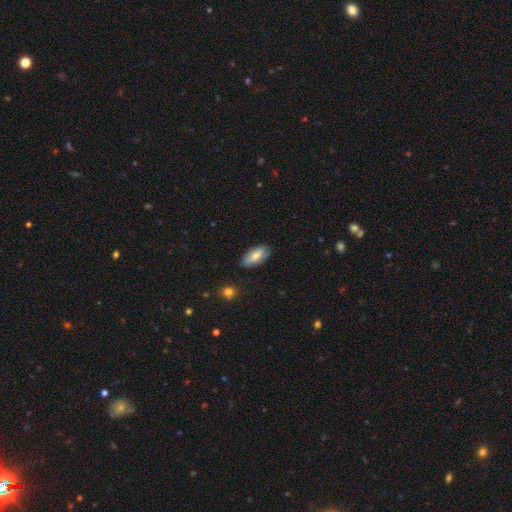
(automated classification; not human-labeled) This appears to be a smooth galaxy with no disk features (75%) that is in between round and cigar-shaped (88%). Merging: none (80%).